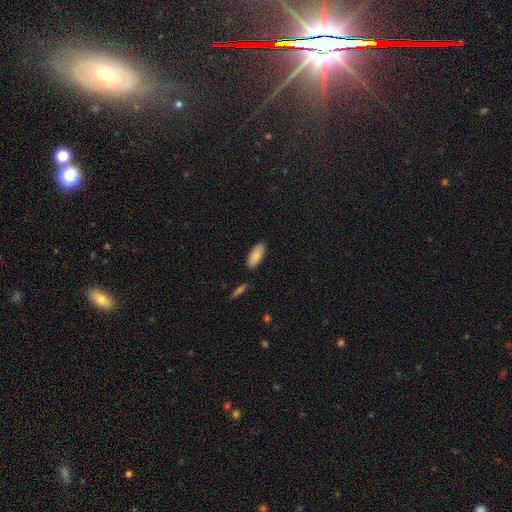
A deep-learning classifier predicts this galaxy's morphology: This appears to be a smooth galaxy with no disk features (87%) that is in between round and cigar-shaped (86%). Merging: none (86%).